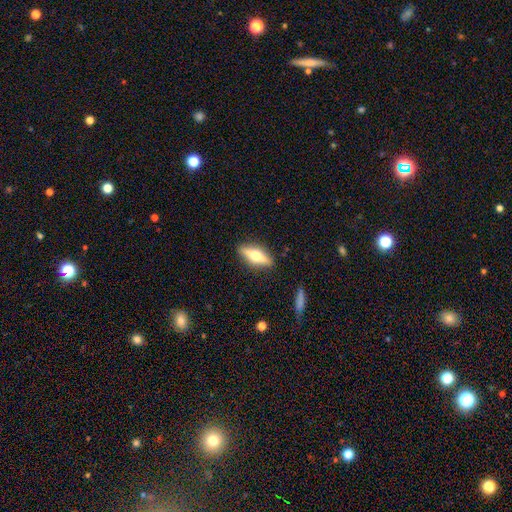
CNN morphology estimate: Q: Smooth or featured?
A: featured or disk (56%); runner-up: smooth (38%)
Q: Edge-on disk?
A: yes (92%); runner-up: no (8%)
Q: Edge-on bulge?
A: rounded (94%); runner-up: boxy (3%)
Q: Merging?
A: none (88%); runner-up: minor disturbance (9%)